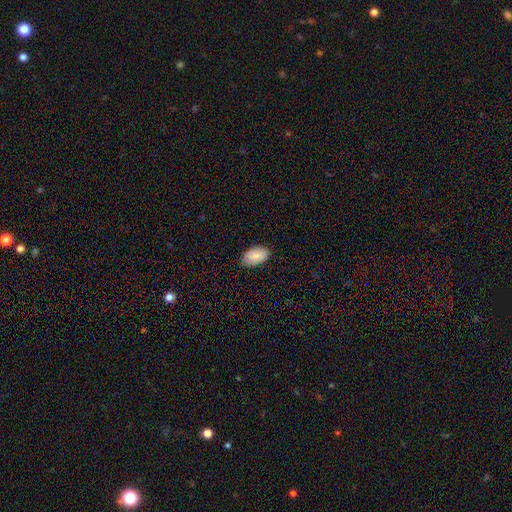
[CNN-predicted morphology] Smooth or featured: smooth — 86% (featured or disk — 7%)
How rounded: in between — 95% (round — 4%)
Merging: none — 82% (minor disturbance — 15%)